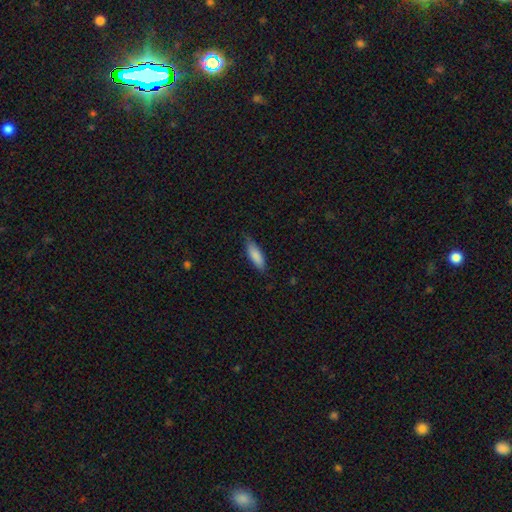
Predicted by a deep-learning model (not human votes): Smooth or featured? smooth (85%)
How rounded? in between (55%)
Merging? none (73%)